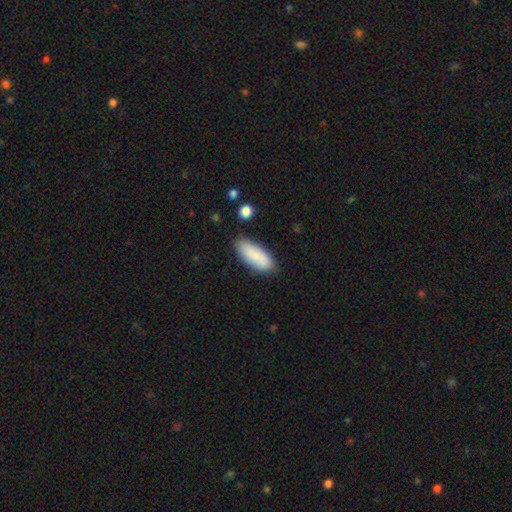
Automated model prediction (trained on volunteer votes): Smooth or featured? Predicted: smooth (p=0.86). How rounded? Predicted: in between (p=0.79). Merging? Predicted: none (p=0.82).